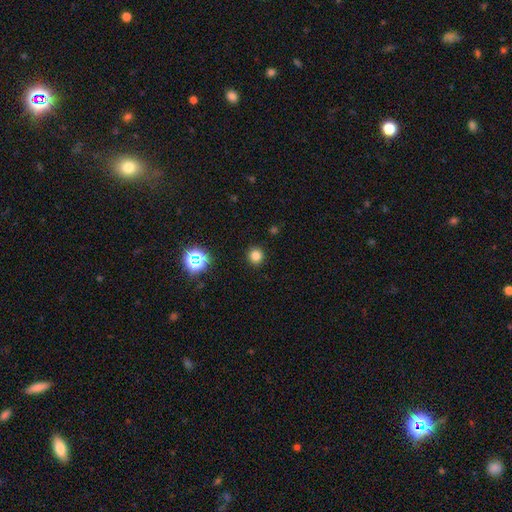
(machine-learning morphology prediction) type=smooth (78%); roundness=round (92%); merging=none (92%).